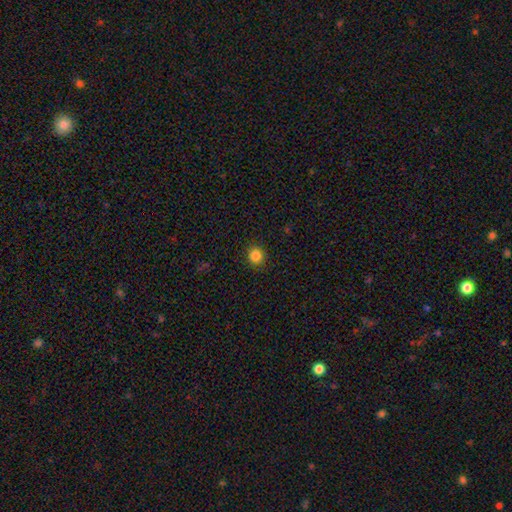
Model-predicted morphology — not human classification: smooth 84%, star or artifact 11%, featured or disk 4%. Down the decision tree: how rounded — round (89%); merging — none (91%).